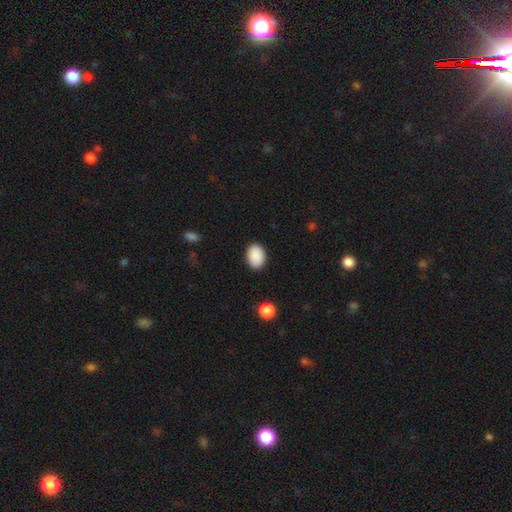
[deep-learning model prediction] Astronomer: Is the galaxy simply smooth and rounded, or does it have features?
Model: smooth — 90%.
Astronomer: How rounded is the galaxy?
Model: in between — 83%.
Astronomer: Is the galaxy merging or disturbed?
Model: none — 89%.